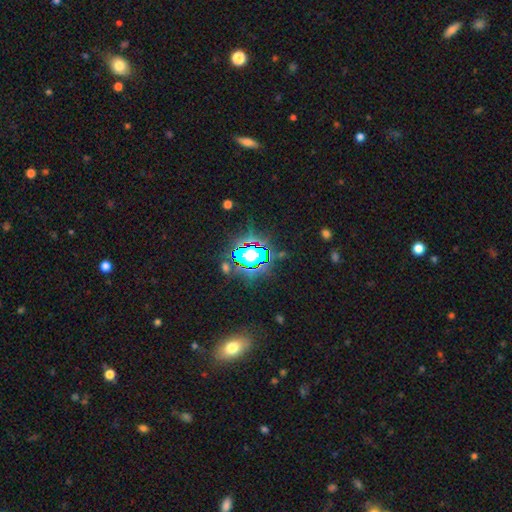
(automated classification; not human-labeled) smooth-or-featured: star or artifact: 73% | smooth: 16% | featured or disk: 11%